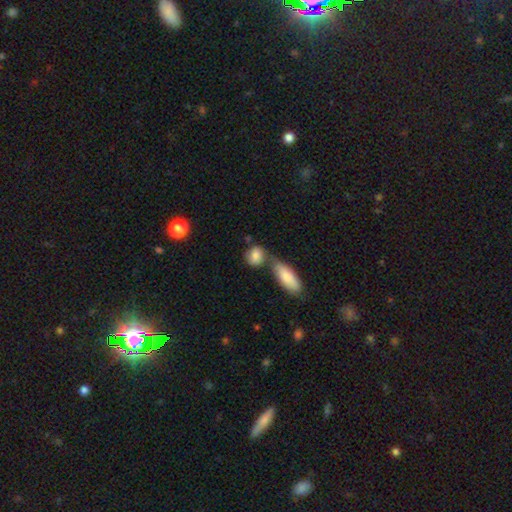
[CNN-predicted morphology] Smooth or featured?
  - smooth: 82% *
  - featured or disk: 10%
  - star or artifact: 7%
How rounded?
  - in between: 50% *
  - round: 44%
  - cigar-shaped: 6%
Merging?
  - none: 48% *
  - merger: 33%
  - minor disturbance: 14%
  - major disturbance: 5%